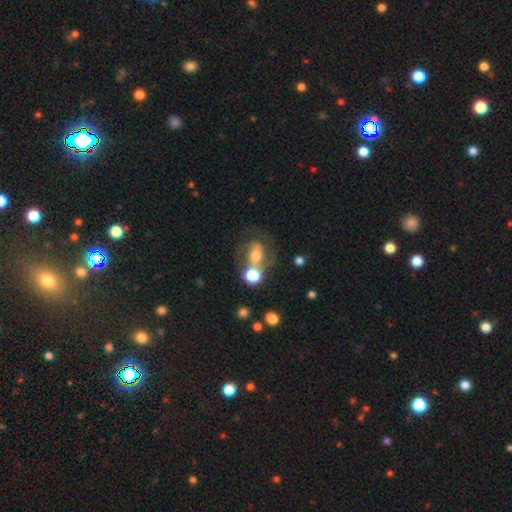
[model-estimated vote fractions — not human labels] The model was most divided on "smooth or featured": smooth: 45%, featured or disk: 42%, star or artifact: 12%. Remaining: merging — none (38%).